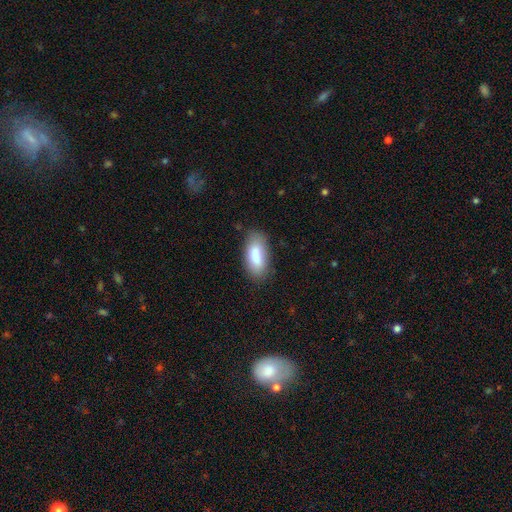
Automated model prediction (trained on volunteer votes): Q: Smooth or featured?
A: smooth (82%); runner-up: featured or disk (11%)
Q: How rounded?
A: in between (87%); runner-up: cigar-shaped (11%)
Q: Merging?
A: none (77%); runner-up: minor disturbance (17%)